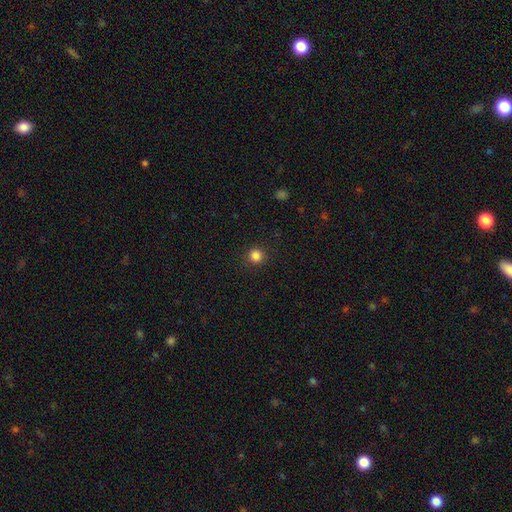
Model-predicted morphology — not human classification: A smooth galaxy with no disk features (84%) that is round (94%). Merging: none (91%).